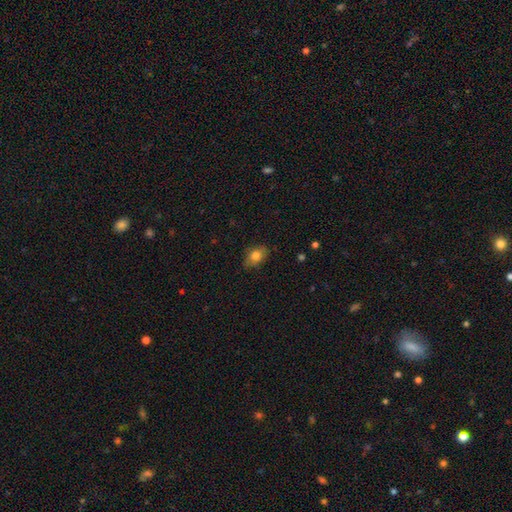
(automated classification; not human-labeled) Smooth or featured?
  - smooth: 80% *
  - featured or disk: 11%
  - star or artifact: 9%
How rounded?
  - in between: 80% *
  - round: 18%
  - cigar-shaped: 2%
Merging?
  - none: 81% *
  - minor disturbance: 15%
  - major disturbance: 3%
  - merger: 1%